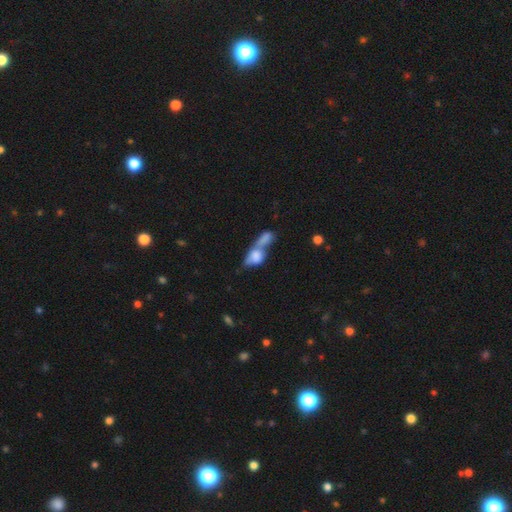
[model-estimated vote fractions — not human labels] smooth_or_featured: smooth (p=0.65) [alt: featured or disk p=0.26]
how_rounded: in between (p=0.66) [alt: round p=0.23]
merging: merger (p=0.73) [alt: none p=0.12]